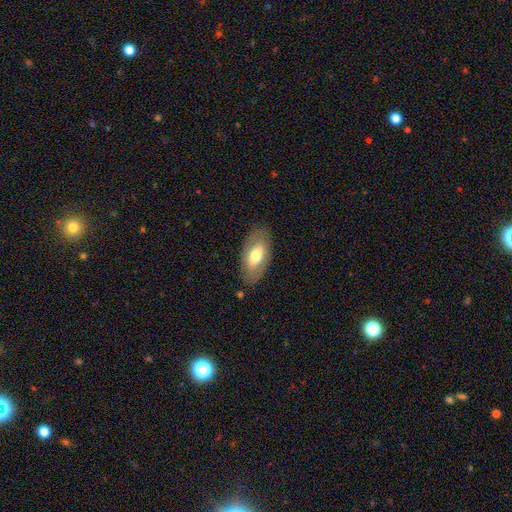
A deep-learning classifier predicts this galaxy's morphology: Smooth or featured? Predicted: smooth (p=0.63). How rounded? Predicted: in between (p=0.92). Merging? Predicted: none (p=0.82).